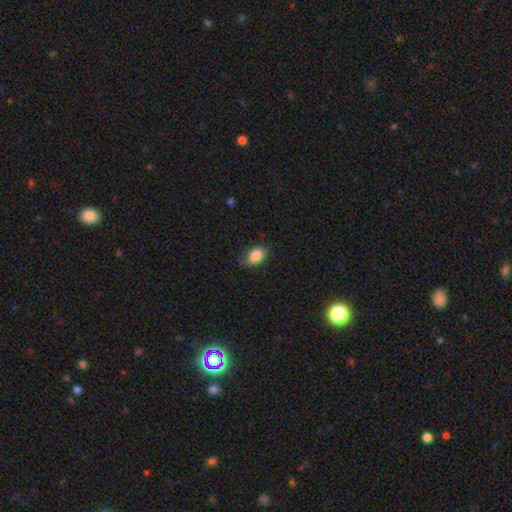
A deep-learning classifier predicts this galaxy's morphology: A smooth galaxy with no disk features (86%) that is in between round and cigar-shaped (85%). Merging: none (71%).